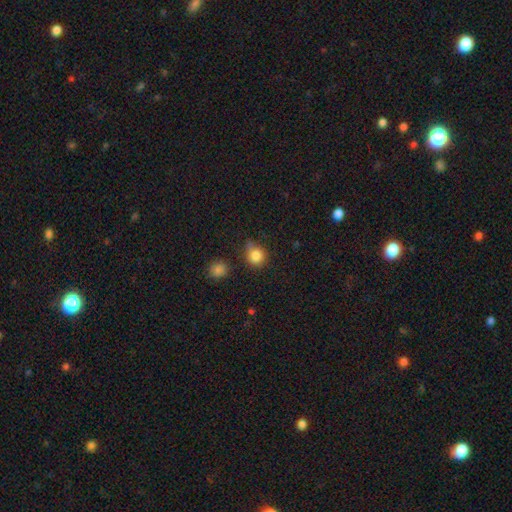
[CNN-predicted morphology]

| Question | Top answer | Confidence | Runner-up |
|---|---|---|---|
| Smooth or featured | smooth | 84% | star or artifact (11%) |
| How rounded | round | 84% | in between (15%) |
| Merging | none | 67% | minor disturbance (22%) |